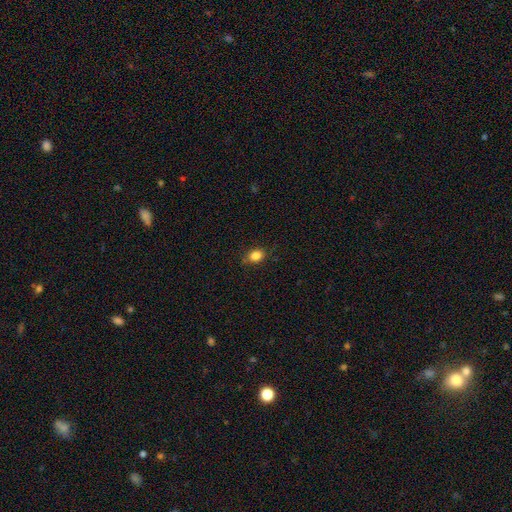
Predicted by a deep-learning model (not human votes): A smooth galaxy with no disk features (84%) that is in between round and cigar-shaped (57%).

Vote fractions:
- Smooth or featured? smooth: 84% / star or artifact: 11% / featured or disk: 5%
- How rounded? in between: 57% / round: 42% / cigar-shaped: 1%
- Merging? none: 80% / minor disturbance: 16% / major disturbance: 3% / merger: 1%